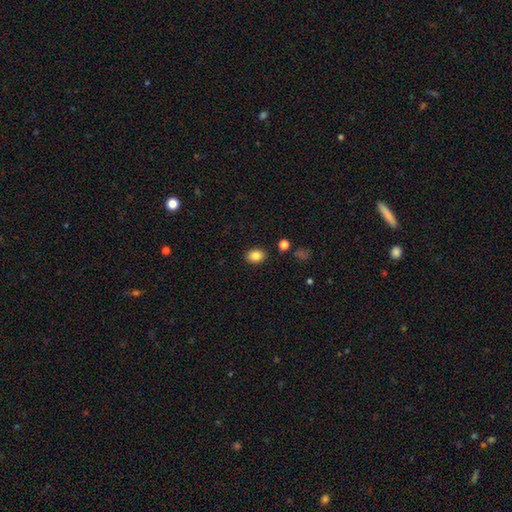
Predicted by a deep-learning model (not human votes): smooth-or-featured: smooth: 85% | star or artifact: 9% | featured or disk: 5%
  how-rounded: in between: 66% | round: 33% | cigar-shaped: 1%
  merging: none: 87% | minor disturbance: 9% | major disturbance: 2% | merger: 2%